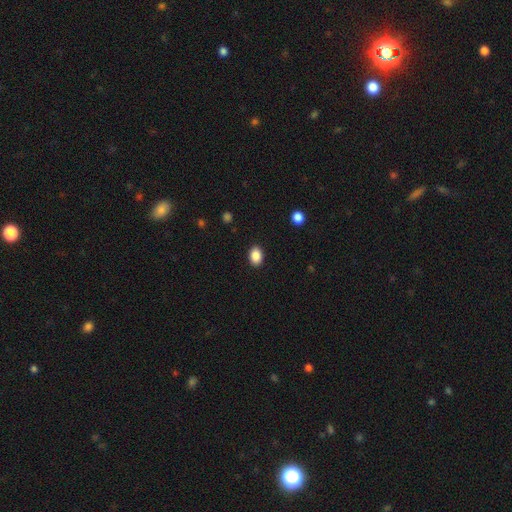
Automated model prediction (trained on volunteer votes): The model was most divided on "how rounded": in between: 74%, round: 25%, cigar-shaped: 1%. More confident: merging — none (90%); smooth or featured — smooth (88%).